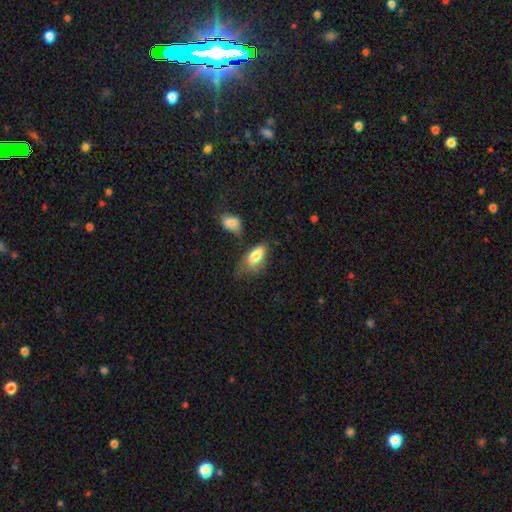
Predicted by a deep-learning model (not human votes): Q: Smooth or featured?
A: smooth (81%); runner-up: featured or disk (12%)
Q: How rounded?
A: in between (92%); runner-up: cigar-shaped (4%)
Q: Merging?
A: none (42%); runner-up: minor disturbance (31%)